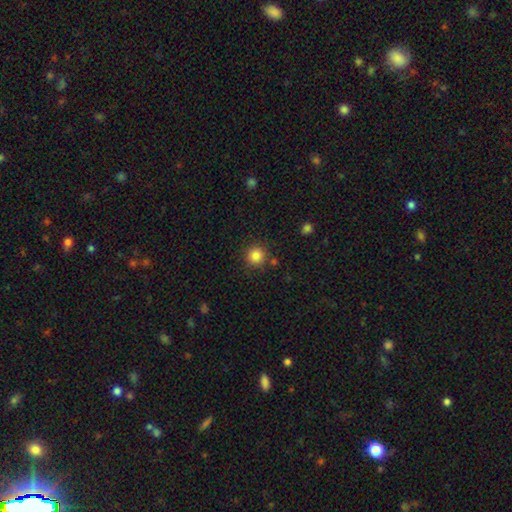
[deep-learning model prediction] This is clearly a smooth galaxy (84%). How rounded: clearly round (94%). Merging: clearly none (86%).